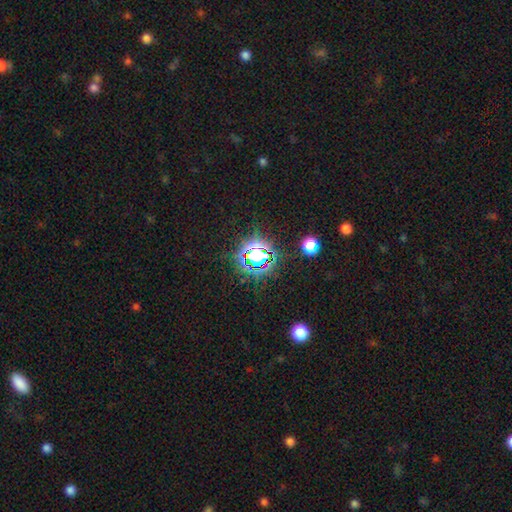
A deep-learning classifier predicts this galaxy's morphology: A star or artifact, not a galaxy (69%).

Vote fractions:
- Smooth or featured? star or artifact: 69% / smooth: 20% / featured or disk: 10%